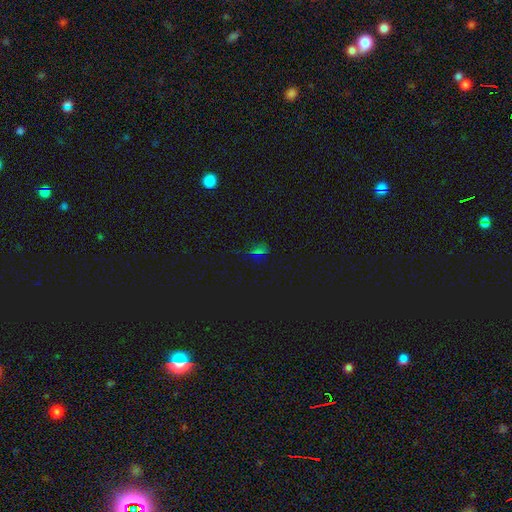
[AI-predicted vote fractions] A star or artifact, not a galaxy (60%).

Vote fractions:
- Smooth or featured? star or artifact: 60% / smooth: 31% / featured or disk: 9%